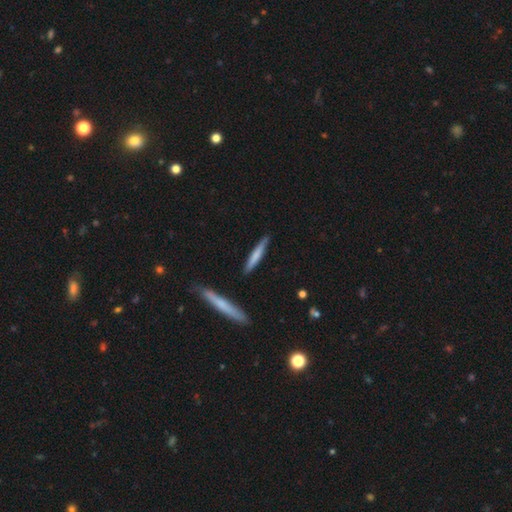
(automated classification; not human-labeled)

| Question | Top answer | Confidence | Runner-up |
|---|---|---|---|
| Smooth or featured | smooth | 63% | featured or disk (32%) |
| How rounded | cigar-shaped | 94% | in between (4%) |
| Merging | none | 87% | minor disturbance (9%) |